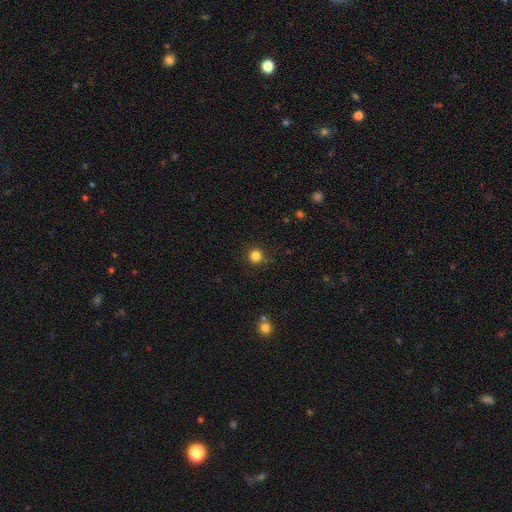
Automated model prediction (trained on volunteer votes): Morphology: type=smooth (83%); roundness=round (94%); merging=none (87%).